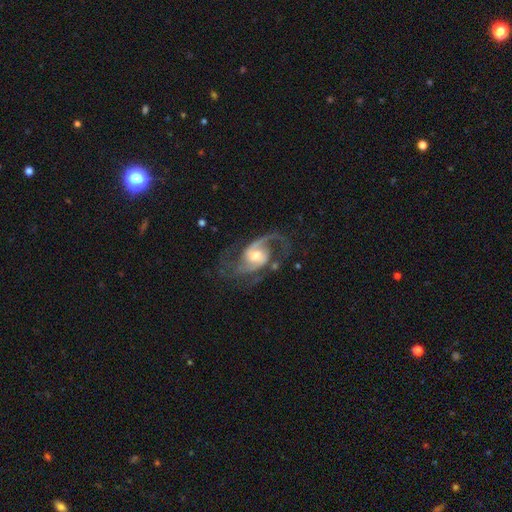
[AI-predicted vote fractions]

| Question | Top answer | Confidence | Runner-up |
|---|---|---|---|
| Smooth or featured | featured or disk | 90% | smooth (5%) |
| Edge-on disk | no | 97% | yes (3%) |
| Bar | weak | 45% | no (41%) |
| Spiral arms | yes | 97% | no (3%) |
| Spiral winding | medium | 52% | loose (34%) |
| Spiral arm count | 2 | 77% | 3 (8%) |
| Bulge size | moderate | 60% | small (22%) |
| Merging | none | 63% | major disturbance (18%) |